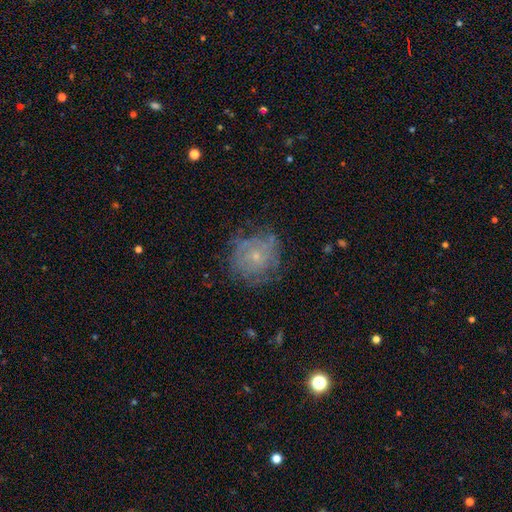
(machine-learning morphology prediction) Smooth or featured? Predicted: featured or disk (p=0.60). Edge-on disk? Predicted: no (p=0.97). Bar? Predicted: no (p=0.85). Spiral arms? Predicted: yes (p=0.70). Bulge size? Predicted: small (p=0.76). Merging? Predicted: none (p=0.67).